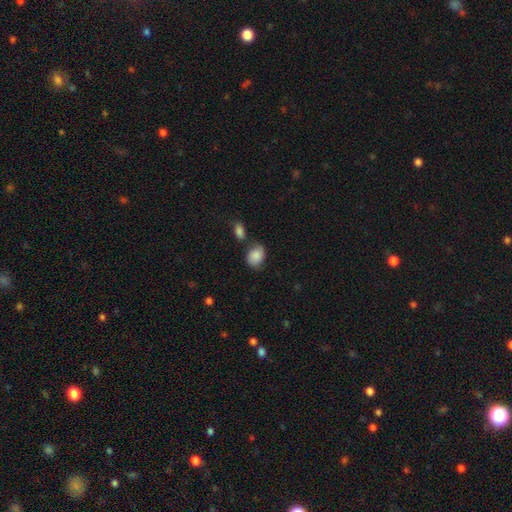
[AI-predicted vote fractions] Smooth or featured: smooth — 81% (featured or disk — 12%)
How rounded: in between — 64% (round — 34%)
Merging: none — 55% (minor disturbance — 22%)